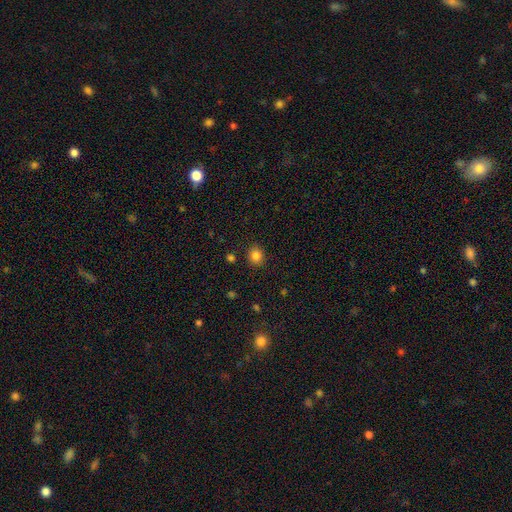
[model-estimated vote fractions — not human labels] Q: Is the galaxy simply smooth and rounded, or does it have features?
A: smooth — 84%.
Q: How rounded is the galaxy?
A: round — 77%.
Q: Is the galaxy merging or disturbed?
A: none — 87%.